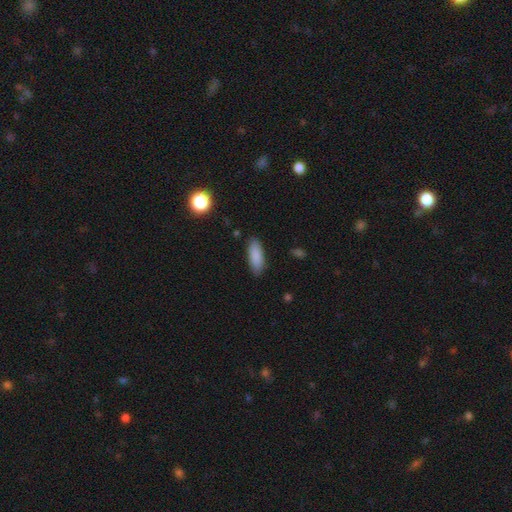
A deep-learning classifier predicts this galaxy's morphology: Smooth or featured?
  - smooth: 88% *
  - star or artifact: 7%
  - featured or disk: 6%
How rounded?
  - in between: 71% *
  - cigar-shaped: 27%
  - round: 2%
Merging?
  - none: 86% *
  - minor disturbance: 11%
  - major disturbance: 2%
  - merger: 1%